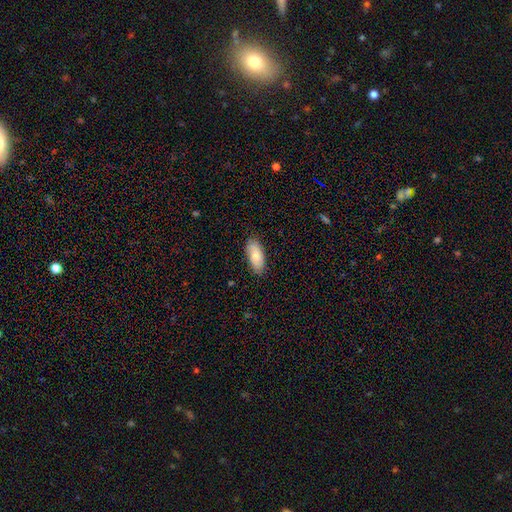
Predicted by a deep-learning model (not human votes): Smooth or featured? smooth (77%)
How rounded? in between (89%)
Merging? none (83%)